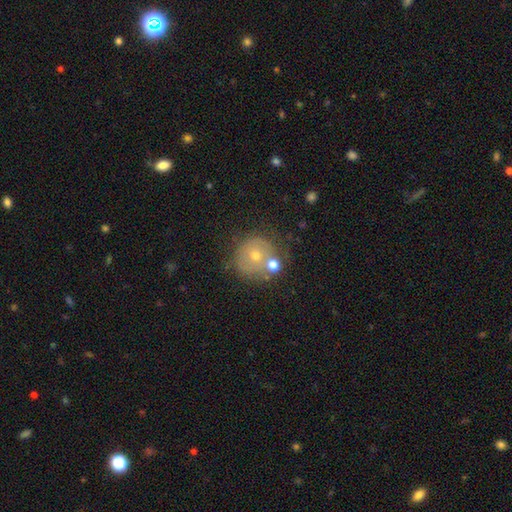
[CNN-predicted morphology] Q: Smooth or featured?
A: smooth (49%); runner-up: featured or disk (36%)
Q: Merging?
A: none (61%); runner-up: merger (18%)